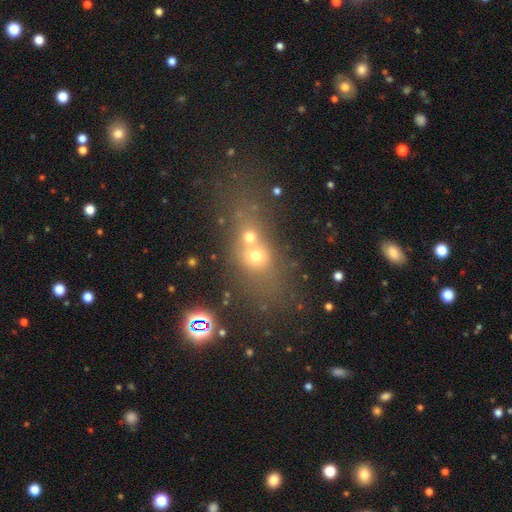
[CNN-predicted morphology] A smooth galaxy with no disk features (56%) that is round (49%).

Vote fractions:
- Smooth or featured? smooth: 56% / star or artifact: 24% / featured or disk: 20%
- How rounded? round: 49% / in between: 43% / cigar-shaped: 8%
- Merging? merger: 57% / none: 30% / minor disturbance: 8% / major disturbance: 6%